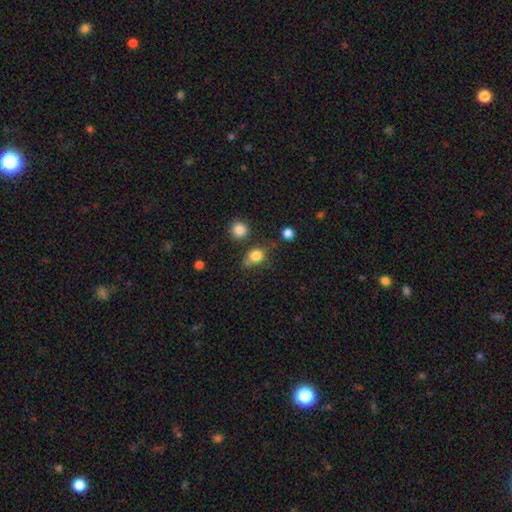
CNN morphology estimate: smooth-or-featured: smooth: 81% | star or artifact: 12% | featured or disk: 7%
  how-rounded: round: 61% | in between: 37% | cigar-shaped: 1%
  merging: none: 60% | minor disturbance: 20% | merger: 12% | major disturbance: 8%